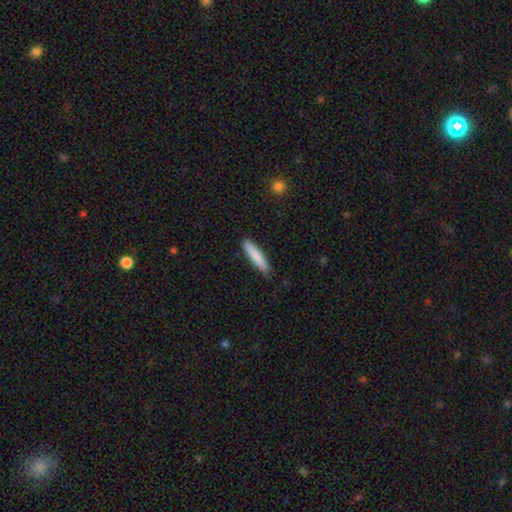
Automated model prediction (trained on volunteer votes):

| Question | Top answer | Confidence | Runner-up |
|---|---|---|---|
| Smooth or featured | smooth | 82% | featured or disk (12%) |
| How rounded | cigar-shaped | 88% | in between (10%) |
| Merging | none | 87% | minor disturbance (10%) |